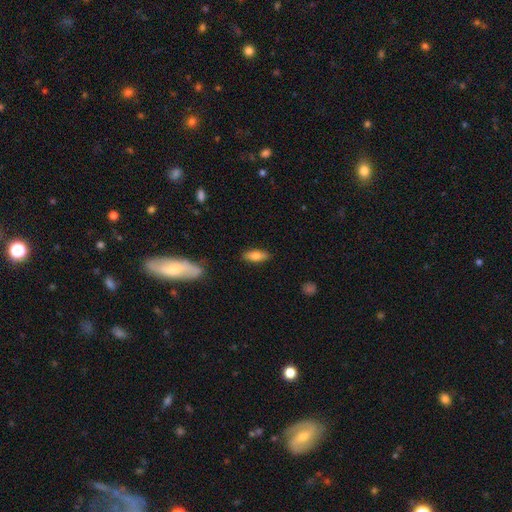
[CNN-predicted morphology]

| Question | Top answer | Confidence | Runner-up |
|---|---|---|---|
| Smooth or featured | smooth | 75% | featured or disk (18%) |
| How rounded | in between | 75% | cigar-shaped (22%) |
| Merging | none | 86% | minor disturbance (10%) |